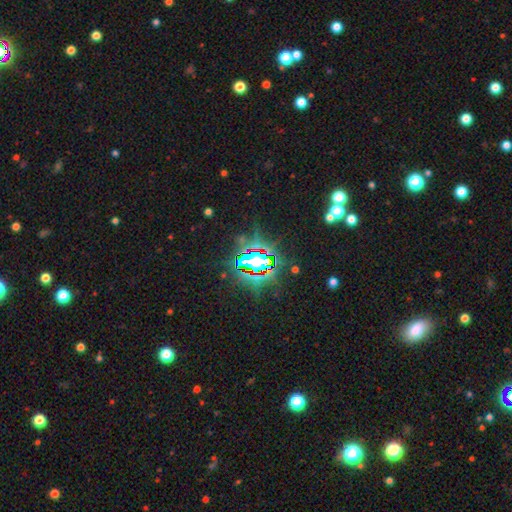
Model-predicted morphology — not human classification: smooth_or_featured: star or artifact (p=0.84) [alt: smooth p=0.09]